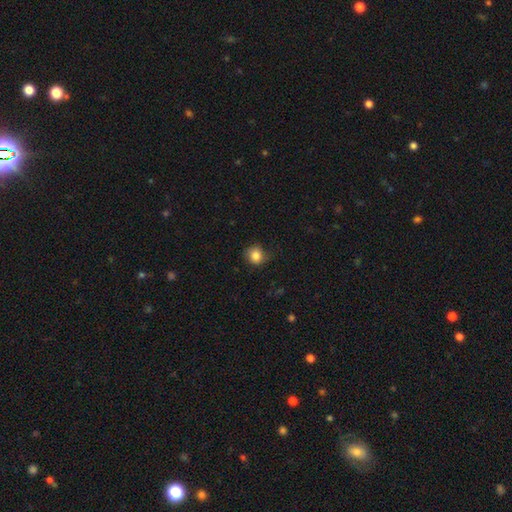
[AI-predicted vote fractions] Smooth or featured? smooth (84%)
How rounded? round (83%)
Merging? none (72%)